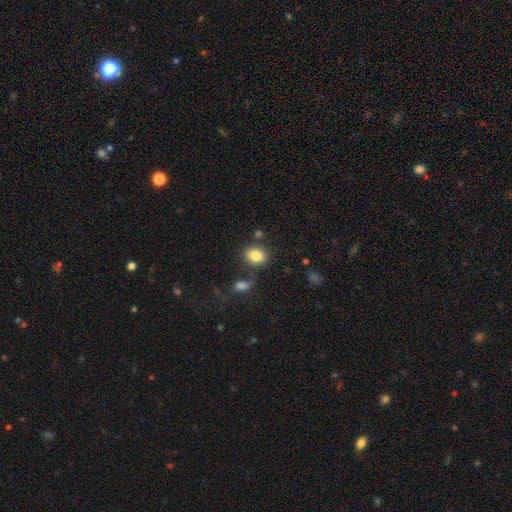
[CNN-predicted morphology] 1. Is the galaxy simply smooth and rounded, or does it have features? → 83% smooth, 9% star or artifact, 8% featured or disk.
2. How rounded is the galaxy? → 66% in between, 33% round, 1% cigar-shaped.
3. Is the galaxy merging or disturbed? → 72% none, 13% minor disturbance, 10% merger, 5% major disturbance.